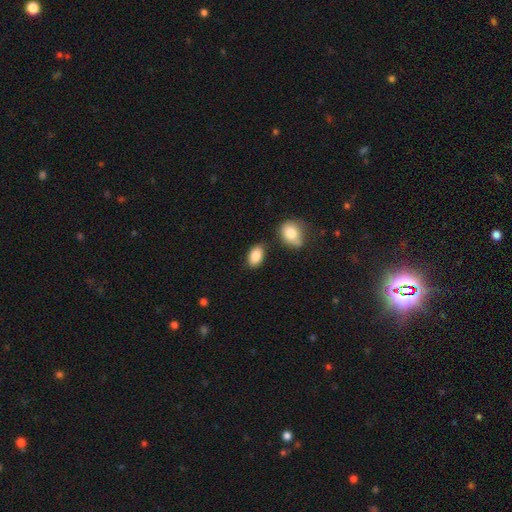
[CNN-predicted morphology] smooth_or_featured: smooth (p=0.87) [alt: star or artifact p=0.07]
how_rounded: in between (p=0.89) [alt: round p=0.10]
merging: none (p=0.78) [alt: minor disturbance p=0.13]